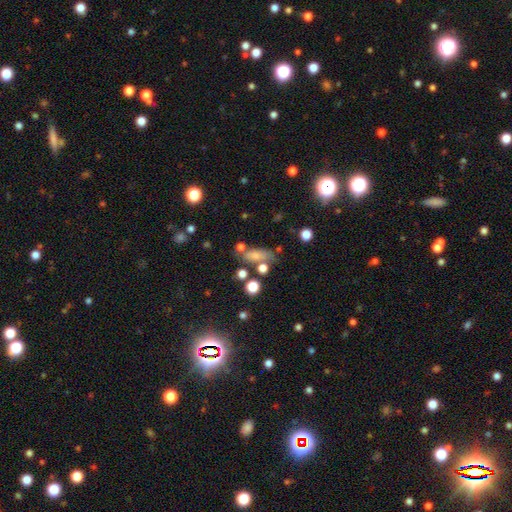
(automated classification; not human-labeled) smooth 71%, featured or disk 15%, star or artifact 14%. Down the decision tree: how rounded — in between (68%); merging — none (55%).